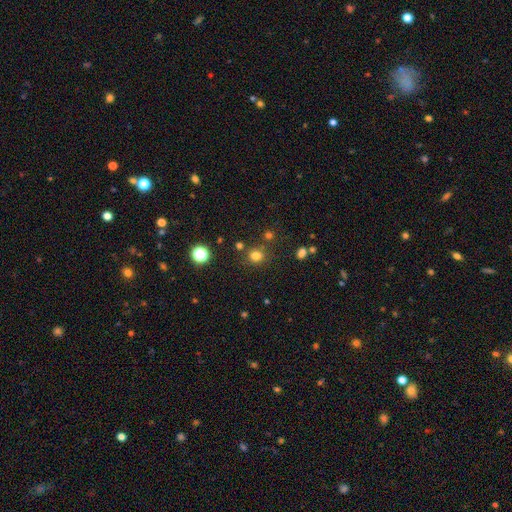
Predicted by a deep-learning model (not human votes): Smooth or featured? Predicted: smooth (p=0.76). How rounded? Predicted: round (p=0.86). Merging? Predicted: none (p=0.77).